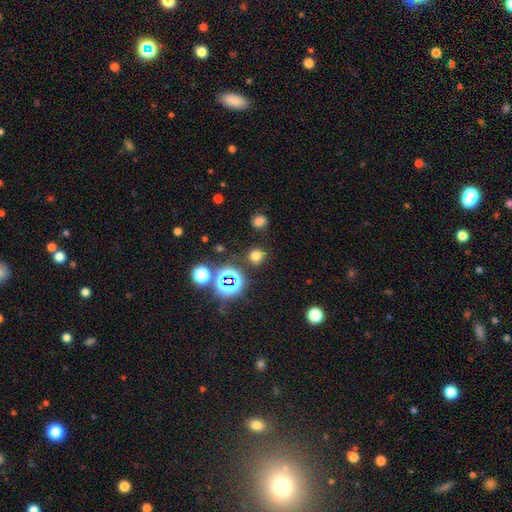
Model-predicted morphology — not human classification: type=smooth (66%); roundness=round (86%); merging=none (85%).